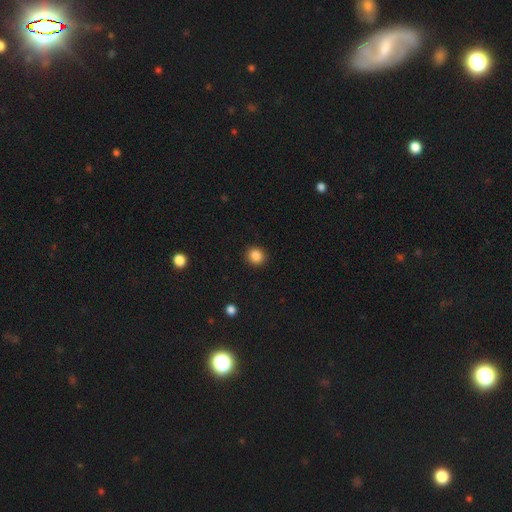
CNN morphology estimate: Smooth or featured?
  - smooth: 86% *
  - star or artifact: 10%
  - featured or disk: 4%
How rounded?
  - round: 87% *
  - in between: 12%
  - cigar-shaped: 1%
Merging?
  - none: 92% *
  - minor disturbance: 6%
  - major disturbance: 2%
  - merger: 1%